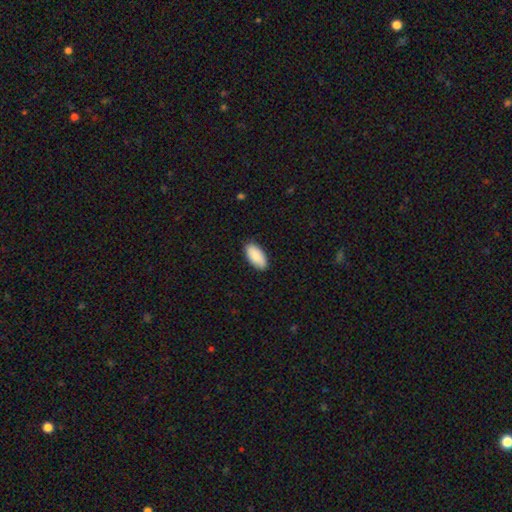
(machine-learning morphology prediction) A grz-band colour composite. It shows a smooth galaxy with no disk features (90%) that is in between round and cigar-shaped (94%). Merging: none (88%).